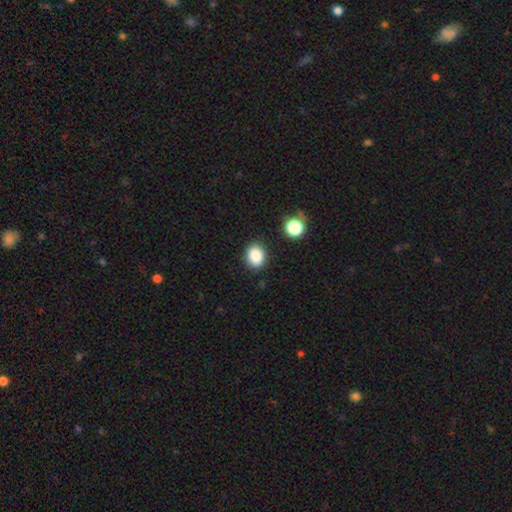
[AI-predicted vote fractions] Q: Smooth or featured?
A: smooth (86%); runner-up: star or artifact (10%)
Q: How rounded?
A: in between (50%); runner-up: round (49%)
Q: Merging?
A: none (86%); runner-up: minor disturbance (9%)